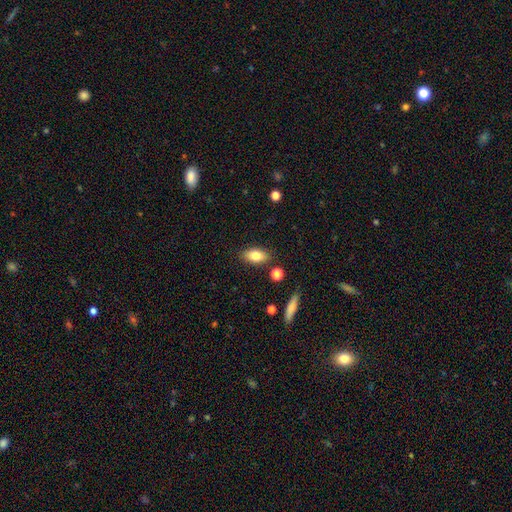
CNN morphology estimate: type=smooth (79%); roundness=in between (87%); merging=none (84%).